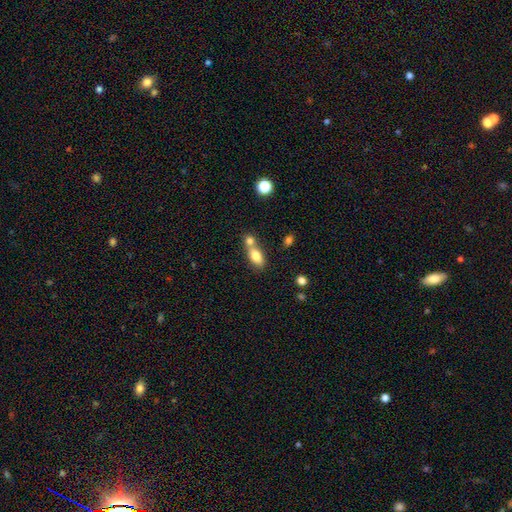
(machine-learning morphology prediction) Smooth or featured: smooth — 78% (featured or disk — 13%)
How rounded: in between — 81% (round — 9%)
Merging: merger — 52% (none — 35%)